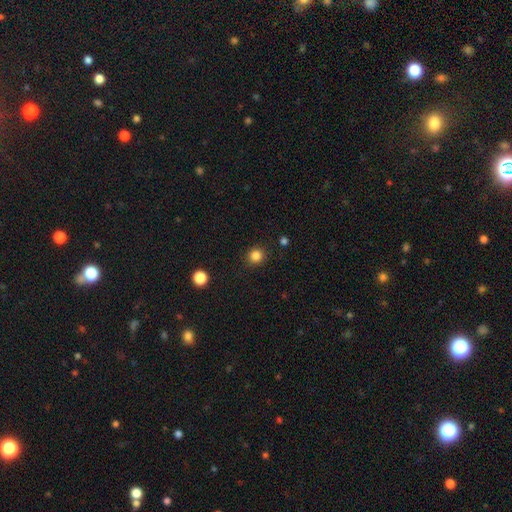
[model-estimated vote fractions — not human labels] This is clearly a smooth galaxy (84%). How rounded: clearly round (92%). Merging: clearly none (90%).